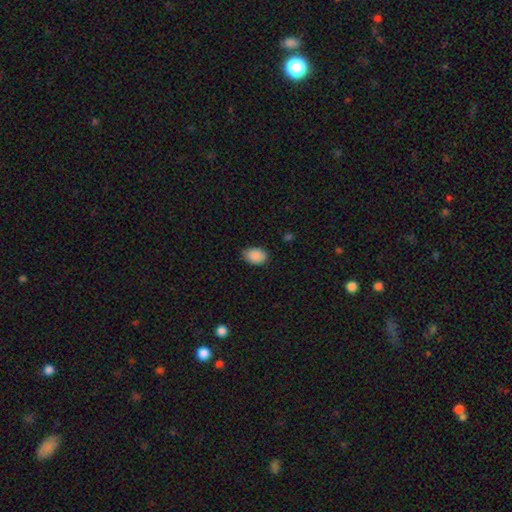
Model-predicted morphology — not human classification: Smooth or featured: smooth — 89% (star or artifact — 8%)
How rounded: in between — 79% (round — 20%)
Merging: none — 77% (minor disturbance — 19%)